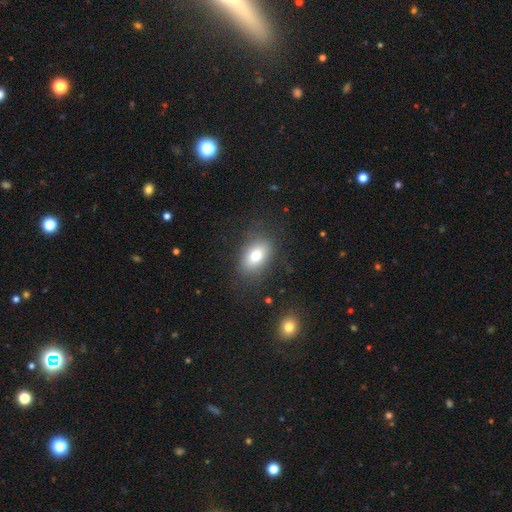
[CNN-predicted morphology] smooth_or_featured: smooth (p=0.77) [alt: featured or disk p=0.14]
how_rounded: in between (p=0.86) [alt: round p=0.13]
merging: none (p=0.79) [alt: minor disturbance p=0.13]